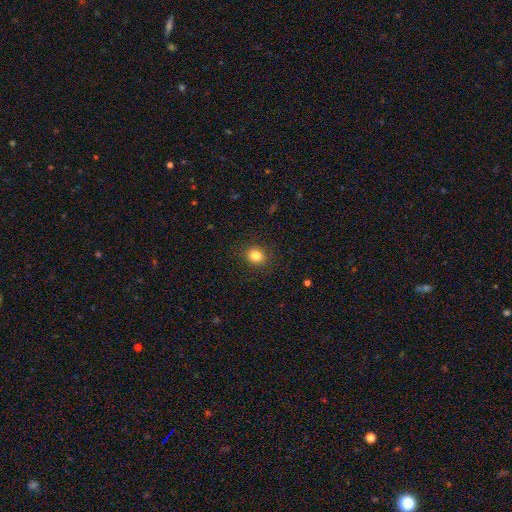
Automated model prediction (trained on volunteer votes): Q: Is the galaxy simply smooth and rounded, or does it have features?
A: smooth — 83%.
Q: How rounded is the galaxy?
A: round — 77%.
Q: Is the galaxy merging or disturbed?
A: none — 89%.